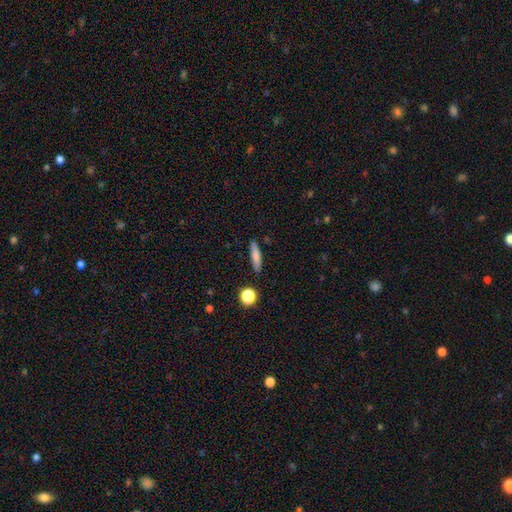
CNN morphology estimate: A smooth galaxy with no disk features (77%) that is cigar-shaped (80%). Merging: none (87%).